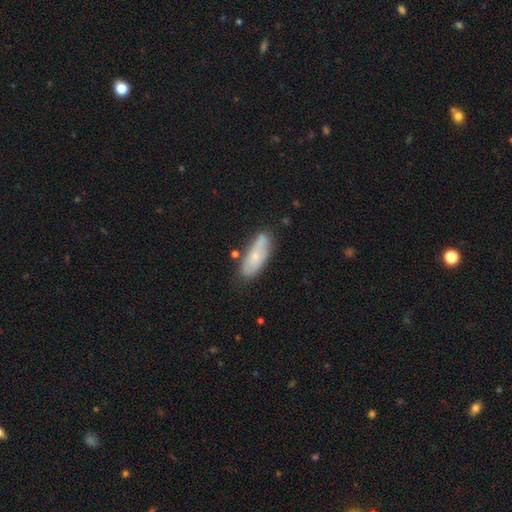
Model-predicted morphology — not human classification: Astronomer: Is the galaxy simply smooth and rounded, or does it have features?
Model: smooth — 61%.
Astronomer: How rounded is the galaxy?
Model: in between — 68%.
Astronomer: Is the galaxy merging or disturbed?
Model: none — 72%.